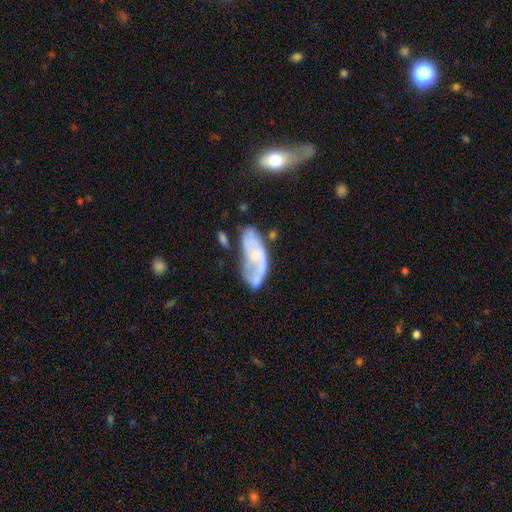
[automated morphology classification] Smooth or featured? Predicted: featured or disk (p=0.58). Edge-on disk? Predicted: no (p=0.91). Bar? Predicted: no (p=0.74). Spiral arms? Predicted: yes (p=0.53). Bulge size? Predicted: small (p=0.42). Merging? Predicted: none (p=0.36).